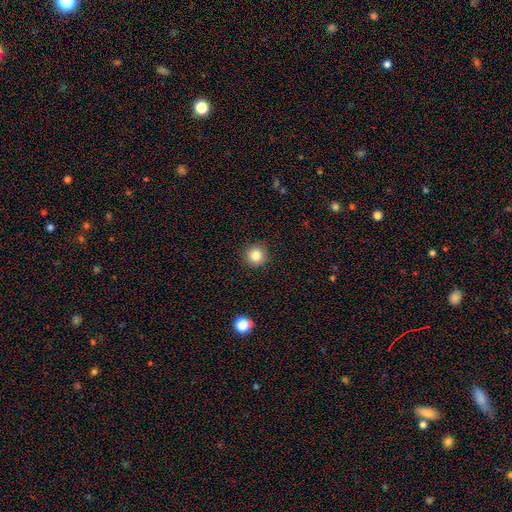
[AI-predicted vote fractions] smooth_or_featured: smooth (p=0.83) [alt: star or artifact p=0.11]
how_rounded: round (p=0.95) [alt: in between p=0.04]
merging: none (p=0.92) [alt: minor disturbance p=0.05]